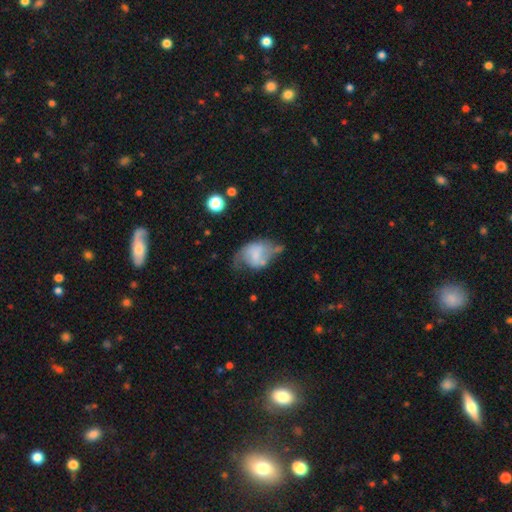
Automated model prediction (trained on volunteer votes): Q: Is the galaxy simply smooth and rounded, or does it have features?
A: featured or disk — 54%.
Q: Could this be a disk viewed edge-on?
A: no — 96%.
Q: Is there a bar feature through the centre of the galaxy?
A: no — 49%.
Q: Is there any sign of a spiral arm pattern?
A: yes — 68%.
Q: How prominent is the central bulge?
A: none — 47%.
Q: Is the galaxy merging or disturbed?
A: none — 35%.